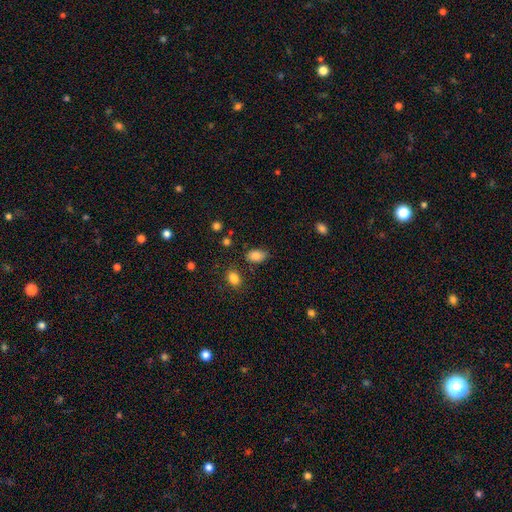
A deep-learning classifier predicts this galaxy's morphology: This is clearly a smooth galaxy (85%). How rounded: clearly in between (88%). Merging: likely none (76%).